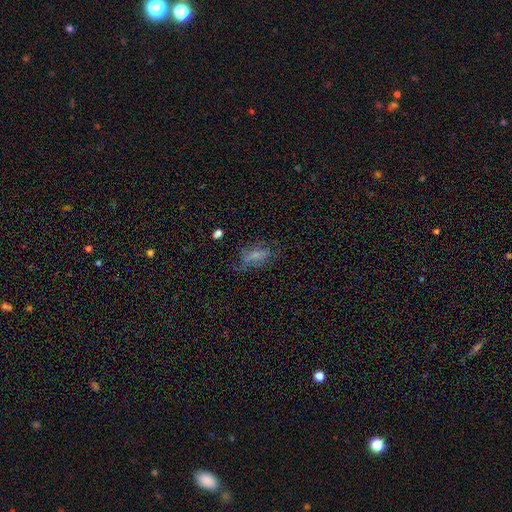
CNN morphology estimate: Q: Smooth or featured?
A: smooth (53%); runner-up: featured or disk (31%)
Q: How rounded?
A: in between (81%); runner-up: cigar-shaped (11%)
Q: Merging?
A: none (56%); runner-up: minor disturbance (24%)